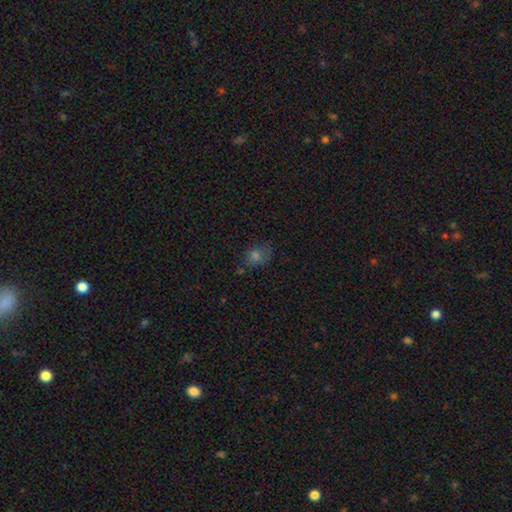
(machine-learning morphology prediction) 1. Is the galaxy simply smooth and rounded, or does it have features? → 67% smooth, 21% star or artifact, 13% featured or disk.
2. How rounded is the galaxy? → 49% in between (tied), 49% round (tied), 2% cigar-shaped.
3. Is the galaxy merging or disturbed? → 57% none, 26% minor disturbance, 11% major disturbance, 6% merger.